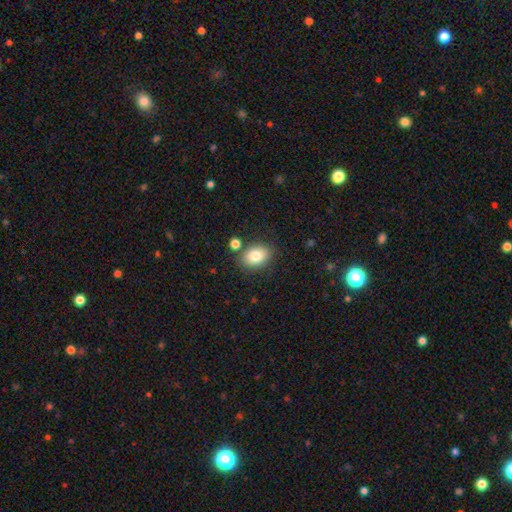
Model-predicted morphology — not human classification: Overall: smooth (81%). How rounded: in between (73%). Merging: none (78%).